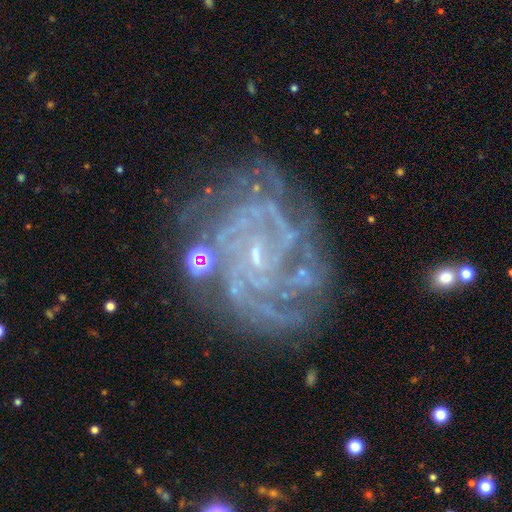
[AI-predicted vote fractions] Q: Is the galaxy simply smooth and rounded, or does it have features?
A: featured or disk — 89%.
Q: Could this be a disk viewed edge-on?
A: no — 98%.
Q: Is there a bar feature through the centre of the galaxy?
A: no — 55%.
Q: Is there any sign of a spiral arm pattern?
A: yes — 97%.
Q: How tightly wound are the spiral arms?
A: tight — 71%.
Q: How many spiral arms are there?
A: can't tell — 22%.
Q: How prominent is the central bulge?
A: small — 84%.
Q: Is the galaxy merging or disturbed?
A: none — 68%.